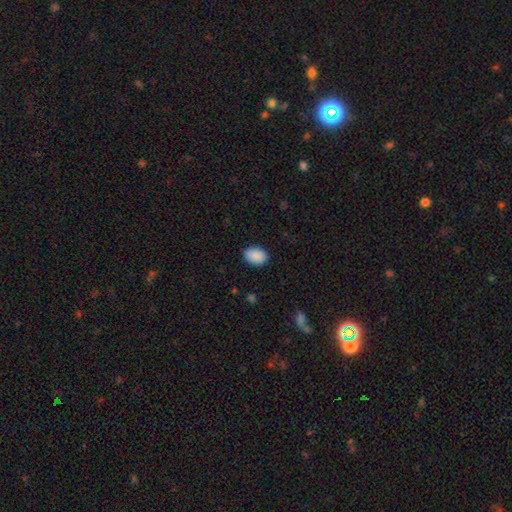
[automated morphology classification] Q: Smooth or featured?
A: smooth (90%); runner-up: star or artifact (7%)
Q: How rounded?
A: in between (82%); runner-up: round (17%)
Q: Merging?
A: none (86%); runner-up: minor disturbance (11%)